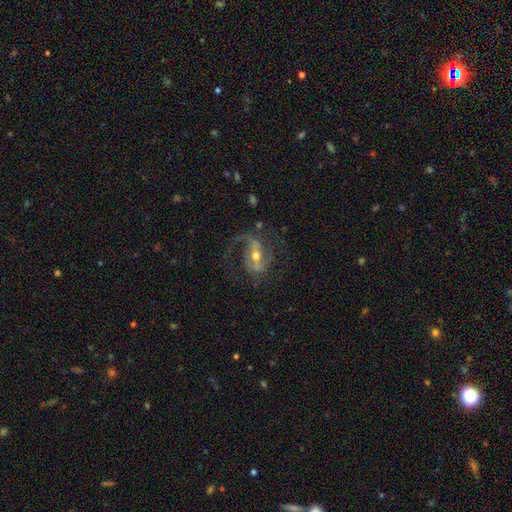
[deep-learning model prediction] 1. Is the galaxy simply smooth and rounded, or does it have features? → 87% featured or disk, 6% smooth, 6% star or artifact.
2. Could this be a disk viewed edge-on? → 96% no, 4% yes.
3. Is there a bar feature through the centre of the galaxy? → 44% strong, 38% weak, 18% no.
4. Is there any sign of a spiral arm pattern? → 95% yes, 5% no.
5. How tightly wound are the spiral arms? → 49% medium, 36% loose, 14% tight.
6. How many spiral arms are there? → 77% 2, 12% 1, 5% can't tell, 4% 3, 1% 4, 1% more than 4.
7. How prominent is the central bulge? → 58% moderate, 36% small, 3% large, 1% none, 1% dominant.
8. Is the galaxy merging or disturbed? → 64% none, 18% major disturbance, 16% minor disturbance, 2% merger.